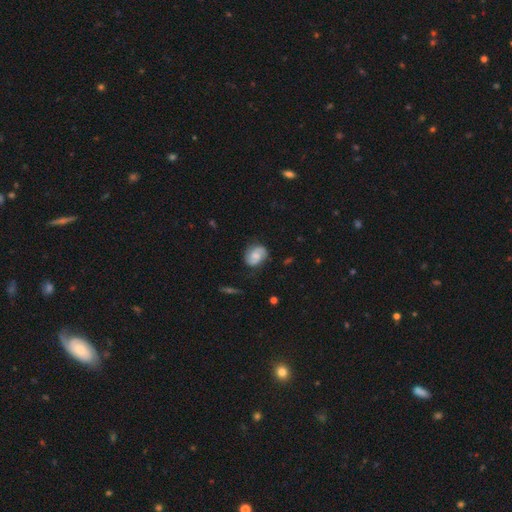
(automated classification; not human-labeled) smooth_or_featured: featured or disk (p=0.60) [alt: smooth p=0.33]
disk_edge_on: no (p=0.97) [alt: yes p=0.03]
bar: no (p=0.56) [alt: weak p=0.37]
has_spiral_arms: yes (p=0.92) [alt: no p=0.08]
spiral_winding: medium (p=0.44) [alt: tight p=0.34]
spiral_arm_count: 2 (p=0.84) [alt: can't tell p=0.08]
bulge_size: moderate (p=0.40) [alt: small p=0.38]
merging: none (p=0.74) [alt: minor disturbance p=0.19]